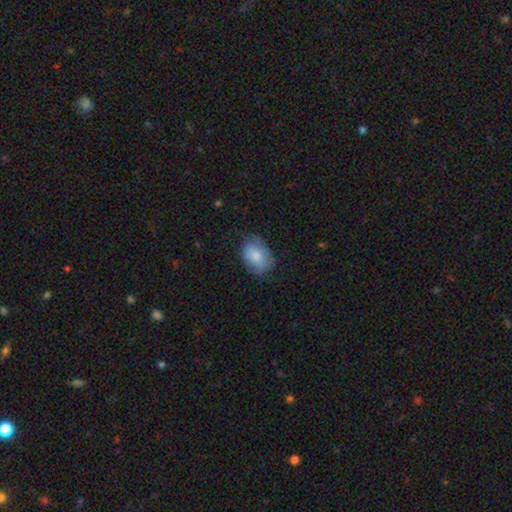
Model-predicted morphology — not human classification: Smooth or featured?
  - smooth: 79% *
  - featured or disk: 15%
  - star or artifact: 7%
How rounded?
  - in between: 82% *
  - round: 17%
  - cigar-shaped: 1%
Merging?
  - none: 66% *
  - minor disturbance: 25%
  - major disturbance: 8%
  - merger: 1%